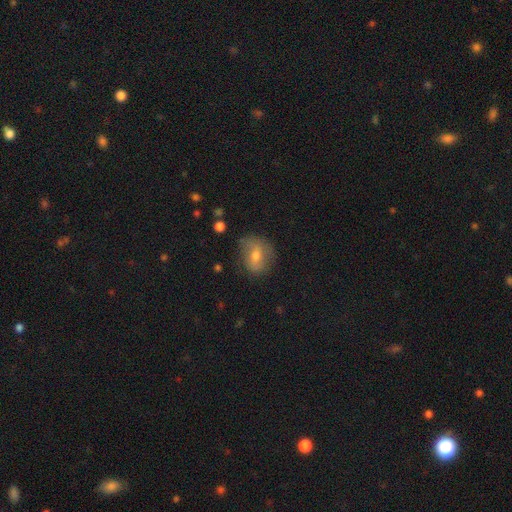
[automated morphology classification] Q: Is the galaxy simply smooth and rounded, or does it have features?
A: smooth — 58%.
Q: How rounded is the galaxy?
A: in between — 50%.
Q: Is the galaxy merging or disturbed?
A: none — 67%.